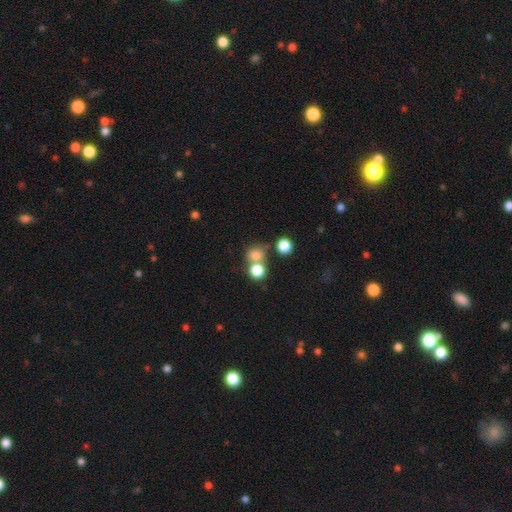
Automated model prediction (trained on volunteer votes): smooth_or_featured: smooth (p=0.77) [alt: star or artifact p=0.15]
how_rounded: round (p=0.81) [alt: in between p=0.18]
merging: none (p=0.52) [alt: merger p=0.36]